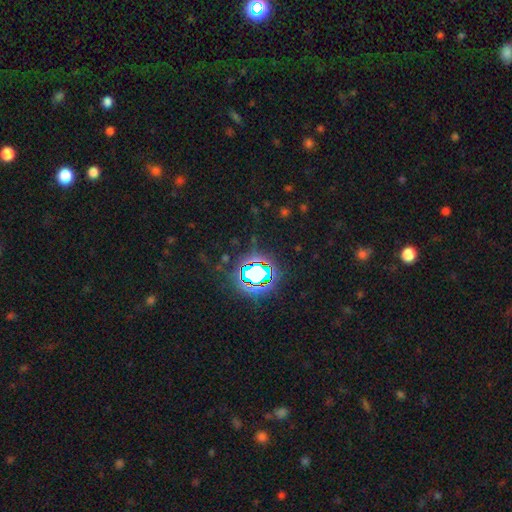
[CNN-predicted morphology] A star or artifact, not a galaxy (79%).